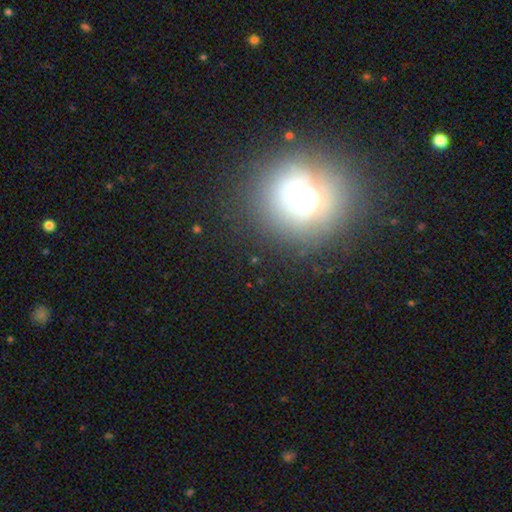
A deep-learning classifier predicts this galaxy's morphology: smooth_or_featured: smooth (p=0.53) [alt: star or artifact p=0.26]
how_rounded: round (p=0.85) [alt: in between p=0.14]
merging: none (p=0.74) [alt: minor disturbance p=0.14]